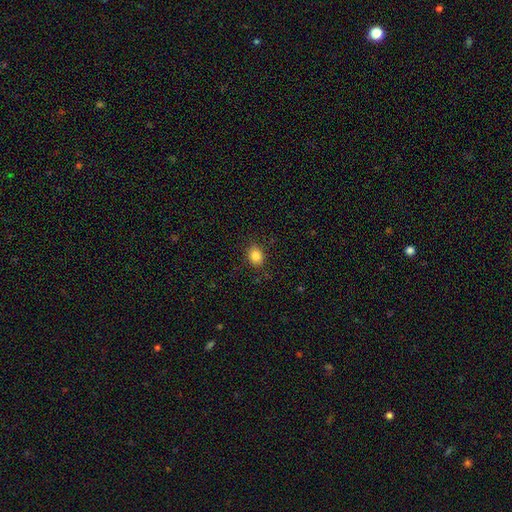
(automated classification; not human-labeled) Smooth or featured: smooth — 85% (star or artifact — 11%)
How rounded: round — 51% (in between — 48%)
Merging: none — 85% (minor disturbance — 11%)